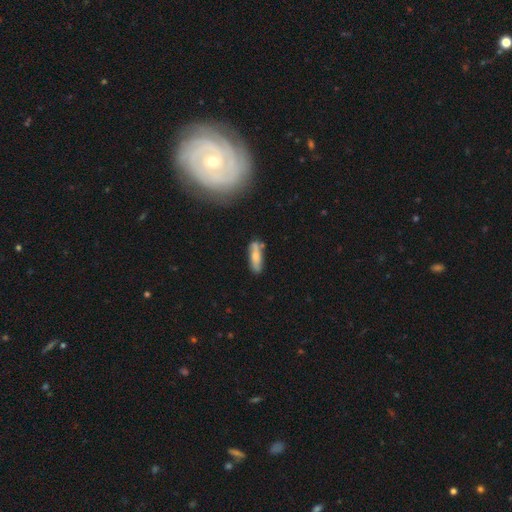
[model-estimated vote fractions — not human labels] Smooth or featured? Predicted: smooth (p=0.63). How rounded? Predicted: cigar-shaped (p=0.59). Merging? Predicted: none (p=0.67).